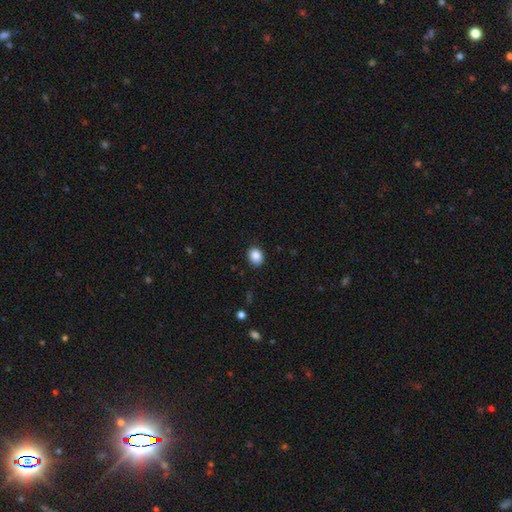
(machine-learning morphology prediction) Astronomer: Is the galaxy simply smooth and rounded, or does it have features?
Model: smooth — 88%.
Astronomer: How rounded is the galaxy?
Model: in between — 53% (runner-up: round, 46%).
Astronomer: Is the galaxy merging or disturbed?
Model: none — 88%.